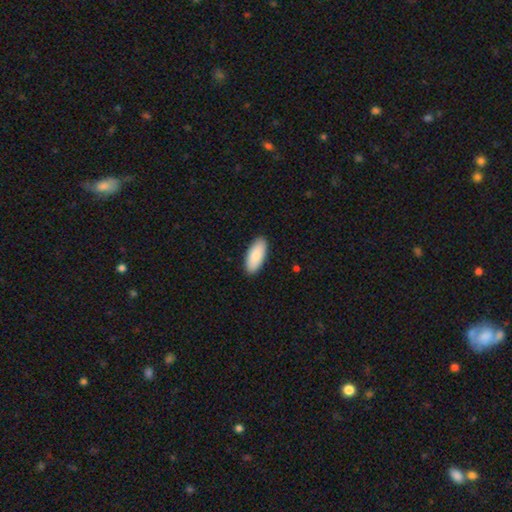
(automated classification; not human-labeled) smooth-or-featured: smooth: 89% | featured or disk: 6% | star or artifact: 5%
  how-rounded: in between: 88% | cigar-shaped: 10% | round: 2%
  merging: none: 90% | minor disturbance: 7% | major disturbance: 1% | merger: 1%